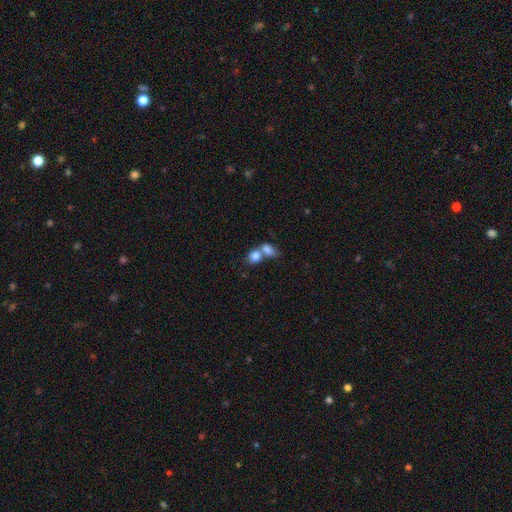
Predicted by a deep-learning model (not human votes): Overall: smooth (81%). How rounded: in between (55%; round 43%). Merging: merger (65%).